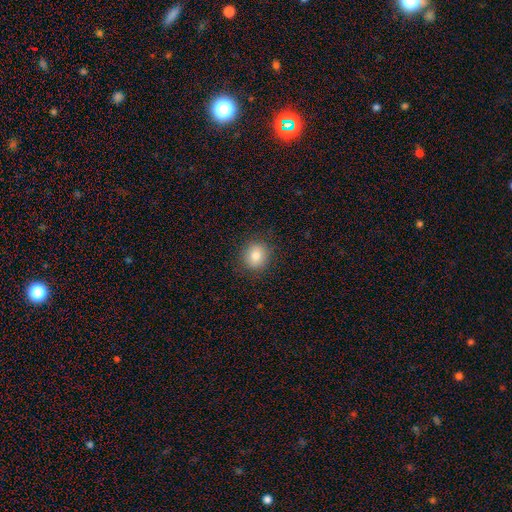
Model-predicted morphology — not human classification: smooth 82%, star or artifact 10%, featured or disk 8%. Down the decision tree: how rounded — round (83%); merging — none (88%).